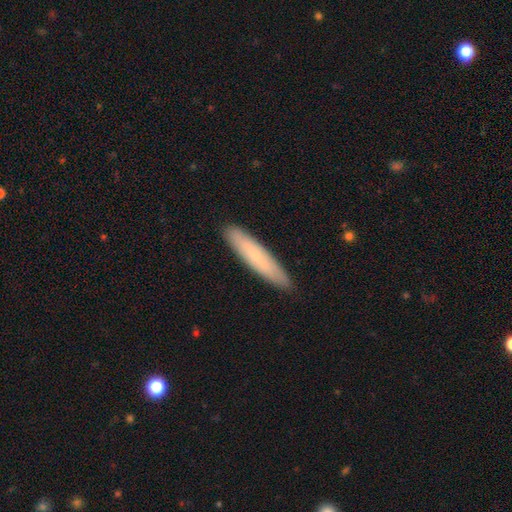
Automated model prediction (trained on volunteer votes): This appears to be a smooth galaxy with no disk features (59%) that is cigar-shaped (85%). Merging: none (90%).